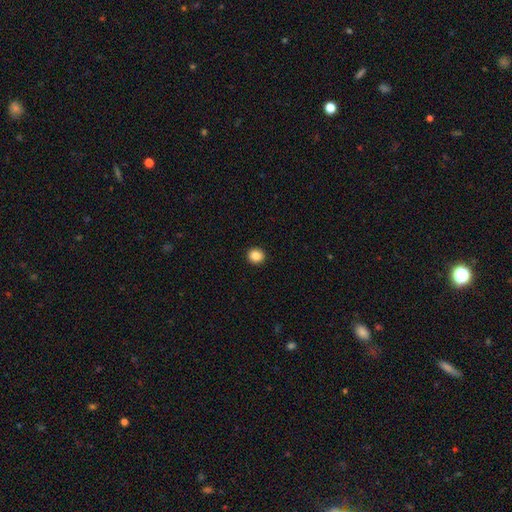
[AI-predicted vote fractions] Smooth or featured?
  - smooth: 87% *
  - star or artifact: 10%
  - featured or disk: 3%
How rounded?
  - round: 90% *
  - in between: 9%
  - cigar-shaped: 1%
Merging?
  - none: 93% *
  - minor disturbance: 4%
  - major disturbance: 2%
  - merger: 1%